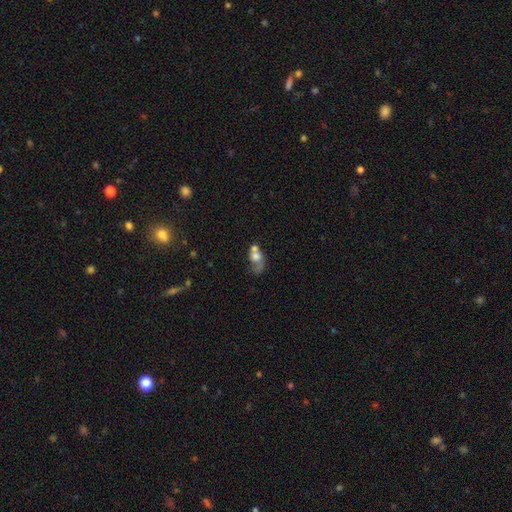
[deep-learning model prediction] Q: Smooth or featured?
A: smooth (57%); runner-up: featured or disk (32%)
Q: How rounded?
A: in between (56%); runner-up: round (41%)
Q: Merging?
A: merger (53%); runner-up: major disturbance (20%)